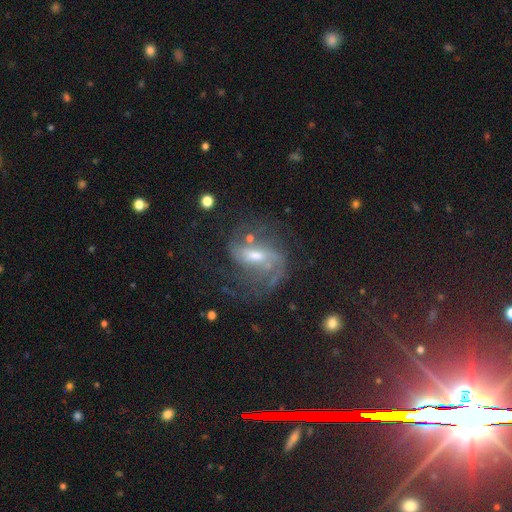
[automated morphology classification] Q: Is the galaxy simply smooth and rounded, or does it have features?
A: featured or disk — 84%.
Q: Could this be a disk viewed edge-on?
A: no — 97%.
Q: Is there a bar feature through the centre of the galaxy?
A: weak — 52%.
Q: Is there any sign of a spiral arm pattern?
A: yes — 94%.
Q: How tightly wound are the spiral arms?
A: medium — 47%.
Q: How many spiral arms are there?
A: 2 — 59%.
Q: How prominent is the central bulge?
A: moderate — 50%.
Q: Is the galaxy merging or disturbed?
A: none — 55%.